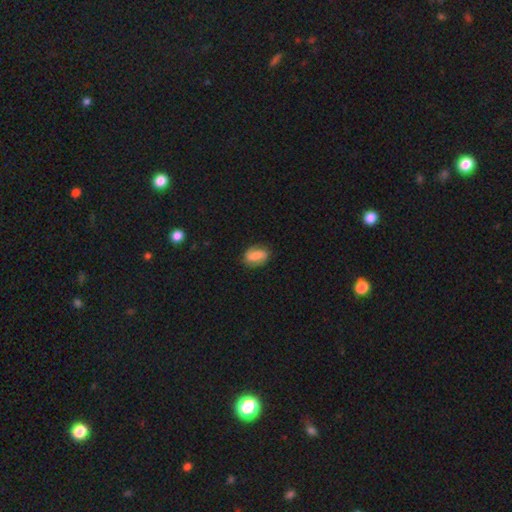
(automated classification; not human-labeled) Smooth or featured? Predicted: smooth (p=0.48). Merging? Predicted: none (p=0.77).